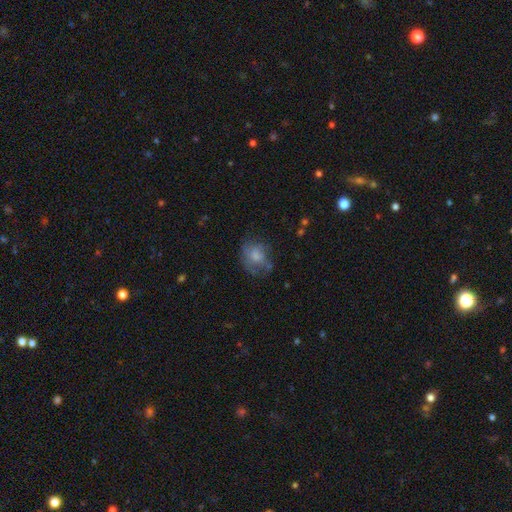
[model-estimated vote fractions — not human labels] Smooth or featured: smooth — 61% (featured or disk — 29%)
How rounded: round — 51% (in between — 48%)
Merging: none — 52% (minor disturbance — 26%)